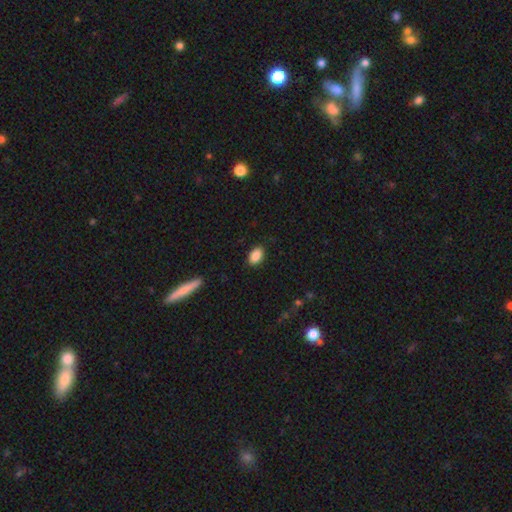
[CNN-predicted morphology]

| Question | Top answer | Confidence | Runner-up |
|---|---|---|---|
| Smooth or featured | smooth | 88% | star or artifact (8%) |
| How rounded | in between | 89% | round (10%) |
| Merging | none | 86% | minor disturbance (11%) |